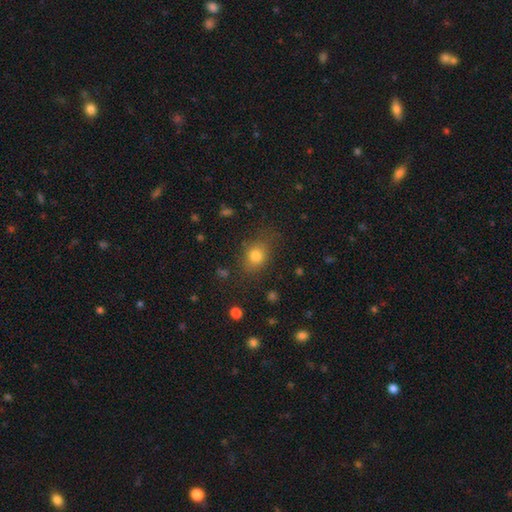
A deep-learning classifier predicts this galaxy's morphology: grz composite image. It shows a smooth galaxy with no disk features (78%) that is round (49%, tied with in between). Merging: none (75%).